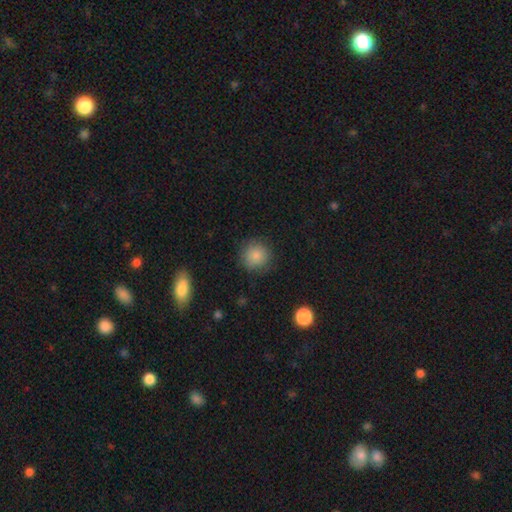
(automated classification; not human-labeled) smooth 85%, star or artifact 9%, featured or disk 6%. Down the decision tree: how rounded — round (93%); merging — none (85%).